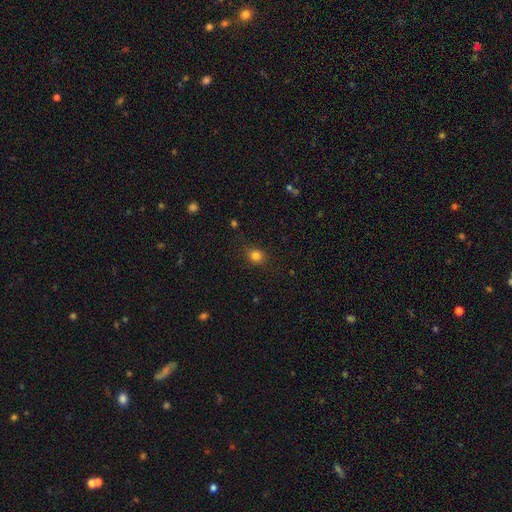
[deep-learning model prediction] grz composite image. It shows a smooth galaxy with no disk features (82%) that is round (72%). Merging: none (84%).